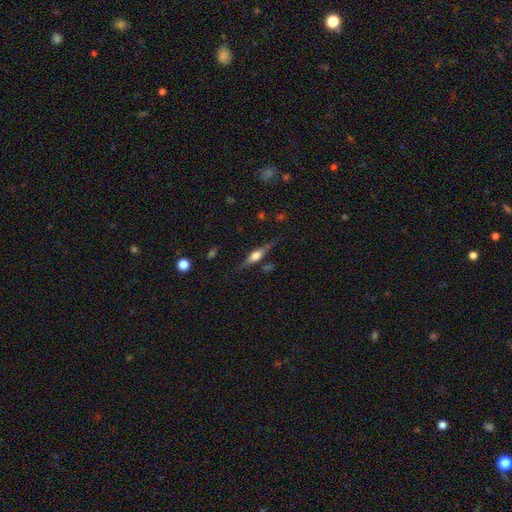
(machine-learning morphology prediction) Overall: featured or disk (63%; smooth 30%). Edge-on disk: yes (95%). Edge-on bulge: rounded (85%). Merging: none (78%).